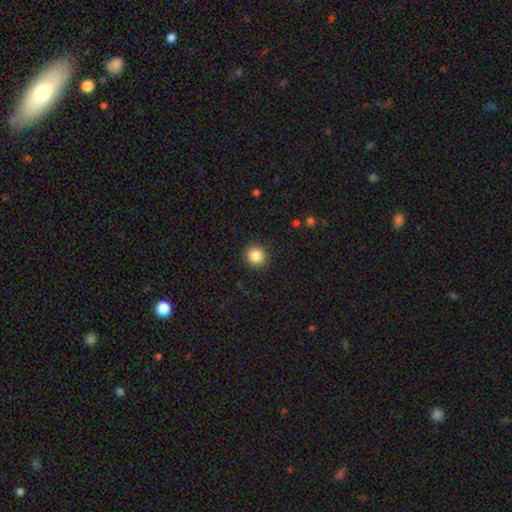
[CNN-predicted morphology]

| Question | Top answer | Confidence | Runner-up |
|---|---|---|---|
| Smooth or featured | smooth | 86% | star or artifact (9%) |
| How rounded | round | 92% | in between (7%) |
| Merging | none | 91% | minor disturbance (6%) |